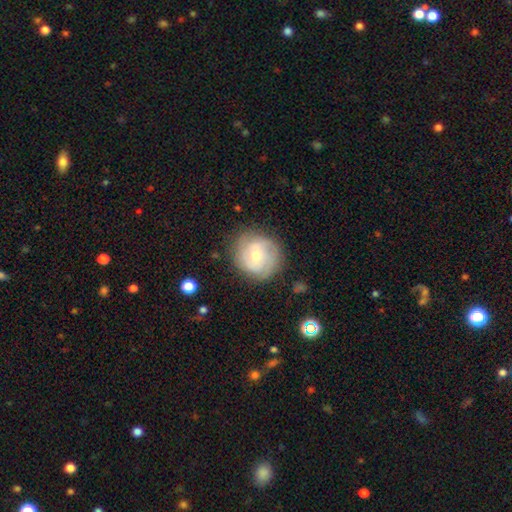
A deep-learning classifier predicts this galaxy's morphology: featured or disk 64%, smooth 29%, star or artifact 7%. Down the decision tree: edge-on disk — no (97%); bar — no (62%); spiral arms — yes (81%); spiral arm count — 2 (34%, tied with can't tell); spiral winding — tight (58%); bulge size — moderate (67%); merging — none (78%).